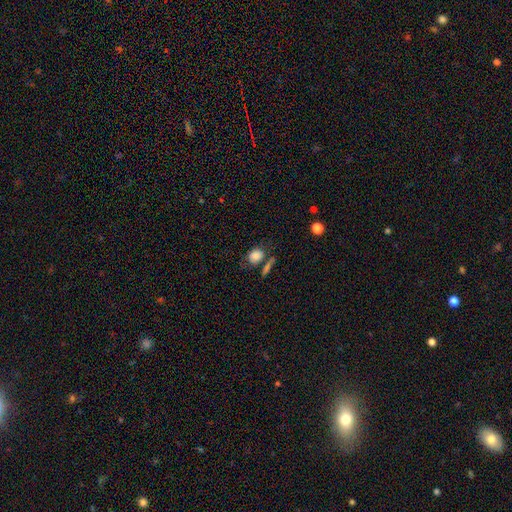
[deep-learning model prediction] smooth 82%, star or artifact 9%, featured or disk 9%. Down the decision tree: how rounded — in between (53%); merging — none (58%).